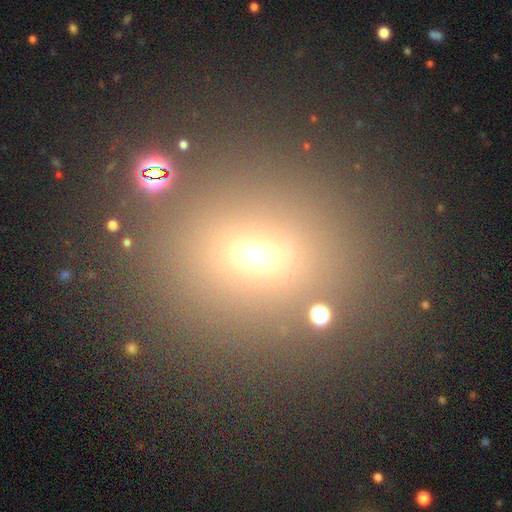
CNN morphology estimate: Smooth or featured?
  - smooth: 64% *
  - star or artifact: 24%
  - featured or disk: 12%
How rounded?
  - round: 56% *
  - in between: 41%
  - cigar-shaped: 3%
Merging?
  - none: 72% *
  - minor disturbance: 11%
  - merger: 10%
  - major disturbance: 7%